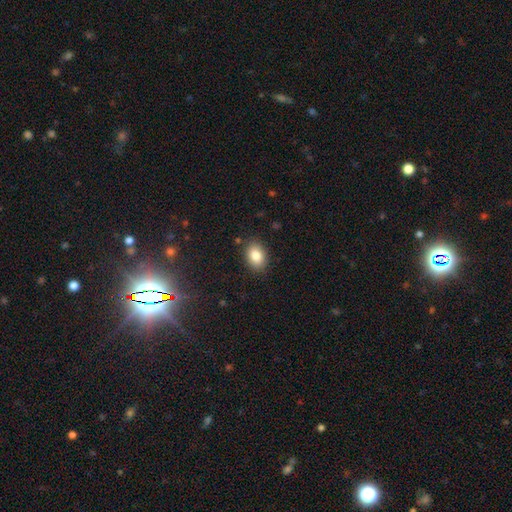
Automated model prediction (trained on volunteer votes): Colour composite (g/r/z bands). It shows a smooth galaxy with no disk features (84%) that is in between round and cigar-shaped (79%). Merging: none (87%).